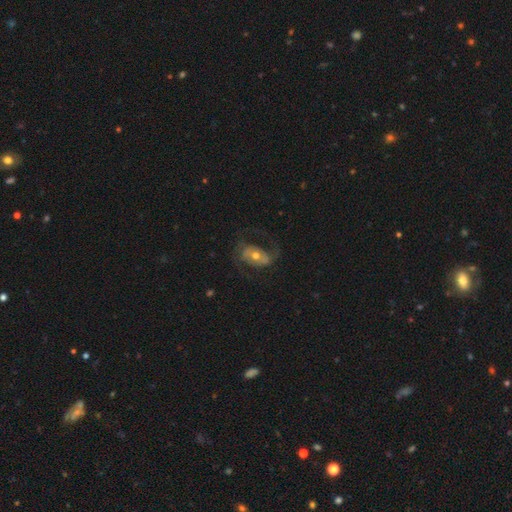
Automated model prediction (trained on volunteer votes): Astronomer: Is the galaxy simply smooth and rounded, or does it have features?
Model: featured or disk — 71%.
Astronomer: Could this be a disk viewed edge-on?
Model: no — 95%.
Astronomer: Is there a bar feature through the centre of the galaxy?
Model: no — 49% (runner-up: weak, 31%).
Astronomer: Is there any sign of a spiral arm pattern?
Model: yes — 81%.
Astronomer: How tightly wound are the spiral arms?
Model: medium — 44% (runner-up: loose, 39%).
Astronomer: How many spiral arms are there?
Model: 2 — 82%.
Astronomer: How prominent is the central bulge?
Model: moderate — 65%.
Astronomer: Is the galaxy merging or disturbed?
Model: none — 58%.